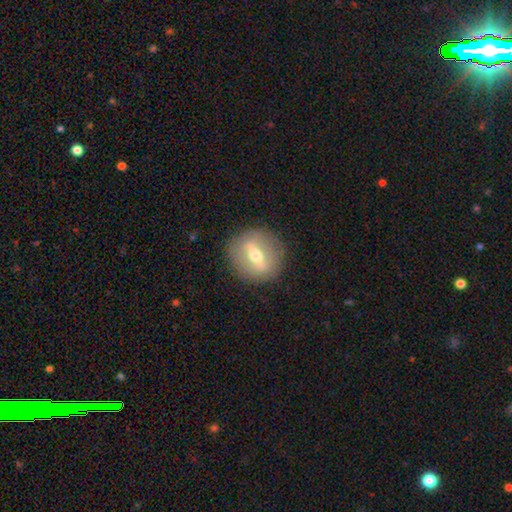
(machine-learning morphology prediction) Overall: featured or disk (63%; smooth 30%). Edge-on disk: no (69%; yes 31%). Merging: none (87%).